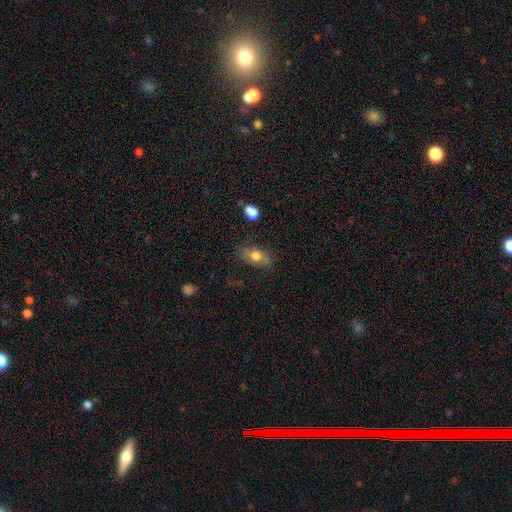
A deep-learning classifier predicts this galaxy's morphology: Overall: smooth (68%). How rounded: in between (78%). Merging: none (71%).